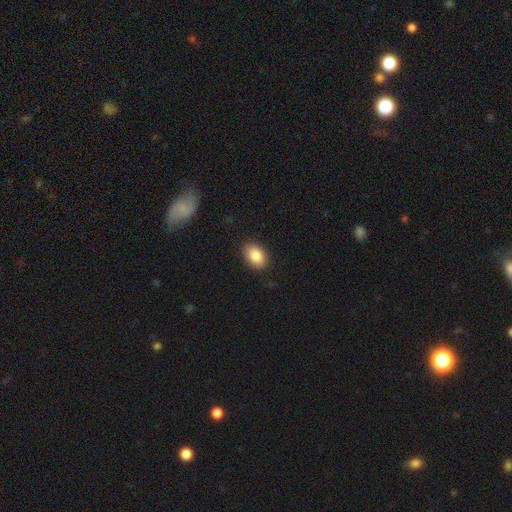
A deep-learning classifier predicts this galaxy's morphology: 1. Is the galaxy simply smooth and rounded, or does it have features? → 86% smooth, 8% star or artifact, 6% featured or disk.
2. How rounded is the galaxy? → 83% in between, 16% round, 1% cigar-shaped.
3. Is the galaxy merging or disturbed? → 87% none, 10% minor disturbance, 2% major disturbance, 1% merger.